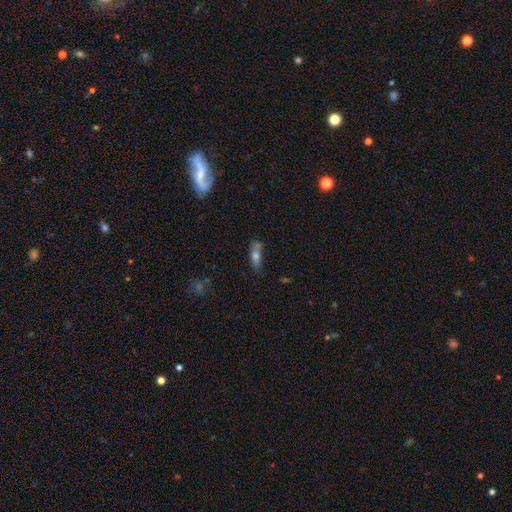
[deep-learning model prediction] The model was most divided on "merging": none: 49%, merger: 24%, minor disturbance: 20%, major disturbance: 8%. More confident: smooth or featured — smooth (66%); how rounded — in between (62%).